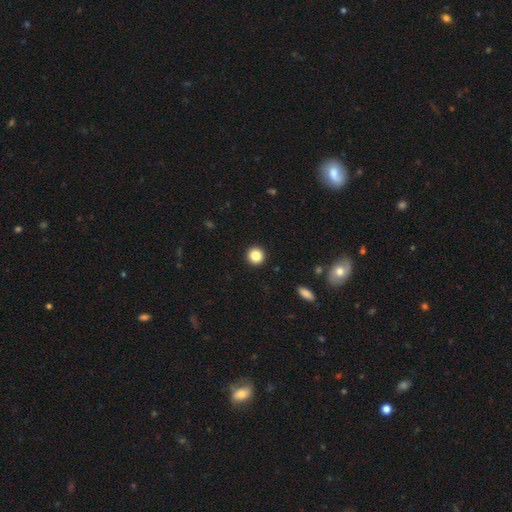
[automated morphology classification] Smooth or featured: smooth — 85% (star or artifact — 10%)
How rounded: round — 95% (in between — 4%)
Merging: none — 93% (minor disturbance — 4%)